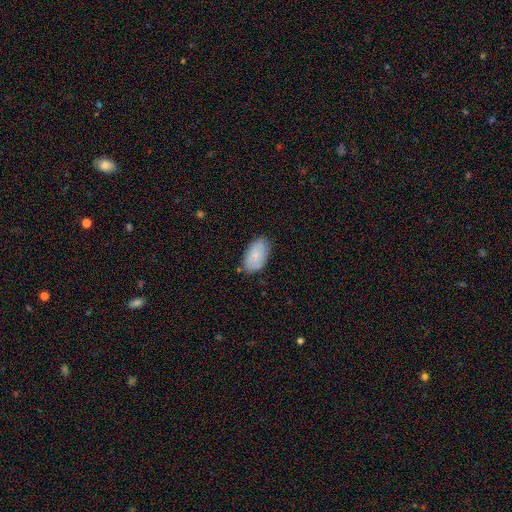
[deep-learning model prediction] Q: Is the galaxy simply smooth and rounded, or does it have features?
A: smooth — 78%.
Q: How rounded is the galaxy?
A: in between — 94%.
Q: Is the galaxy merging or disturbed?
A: none — 77%.